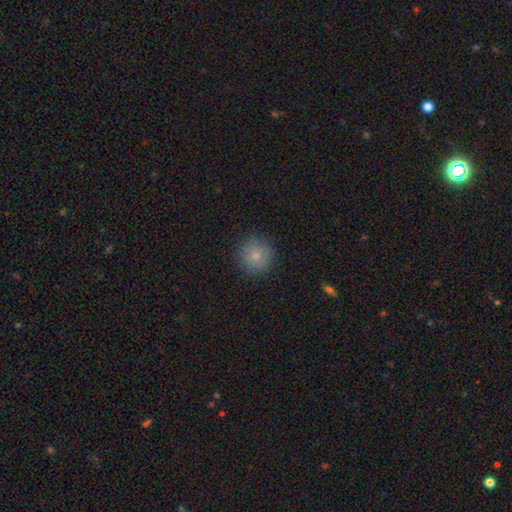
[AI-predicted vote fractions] This is likely a smooth galaxy (80%). How rounded: clearly round (95%). Merging: clearly none (88%).